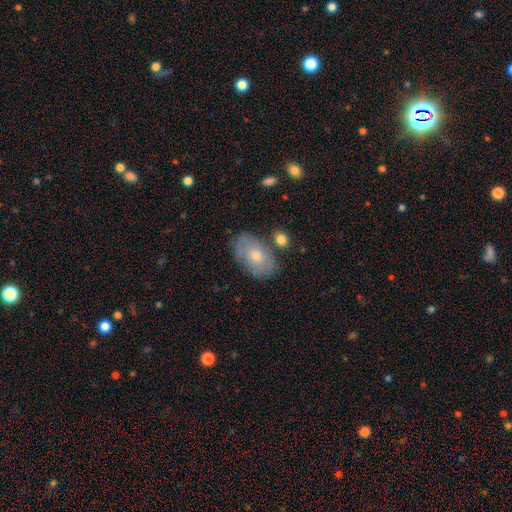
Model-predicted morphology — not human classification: Q: Smooth or featured?
A: smooth (62%); runner-up: featured or disk (32%)
Q: How rounded?
A: in between (90%); runner-up: round (8%)
Q: Merging?
A: none (70%); runner-up: minor disturbance (18%)